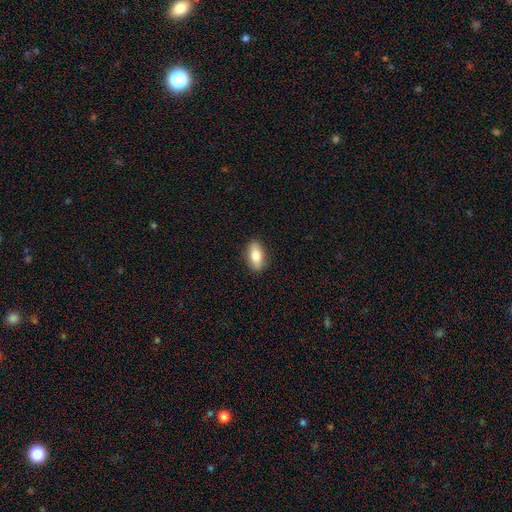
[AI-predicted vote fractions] smooth_or_featured: smooth (p=0.79) [alt: featured or disk p=0.15]
how_rounded: in between (p=0.84) [alt: cigar-shaped p=0.11]
merging: none (p=0.89) [alt: minor disturbance p=0.08]